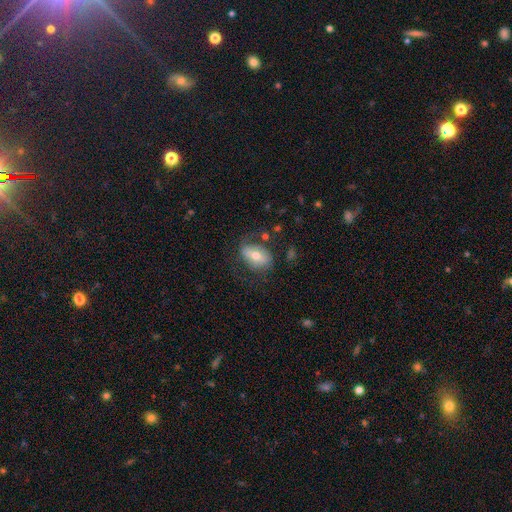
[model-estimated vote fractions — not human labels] Overall: smooth (53%; featured or disk 39%). How rounded: in between (82%). Merging: none (63%).